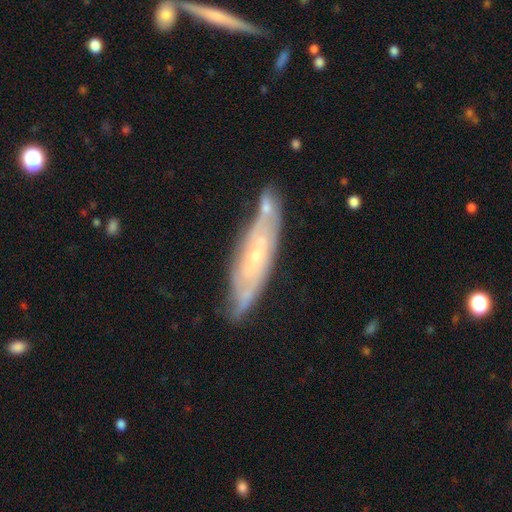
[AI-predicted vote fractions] smooth-or-featured: featured or disk: 73% | smooth: 21% | star or artifact: 6%
  disk-edge-on: no: 68% | yes: 32%
  merging: none: 69% | minor disturbance: 18% | merger: 8% | major disturbance: 4%